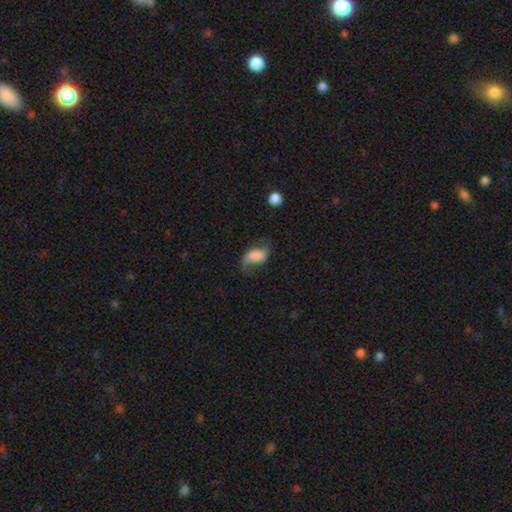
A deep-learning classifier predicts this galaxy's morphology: smooth_or_featured: smooth (p=0.52) [alt: featured or disk p=0.38]
how_rounded: in between (p=0.88) [alt: round p=0.08]
merging: none (p=0.42) [alt: minor disturbance p=0.28]